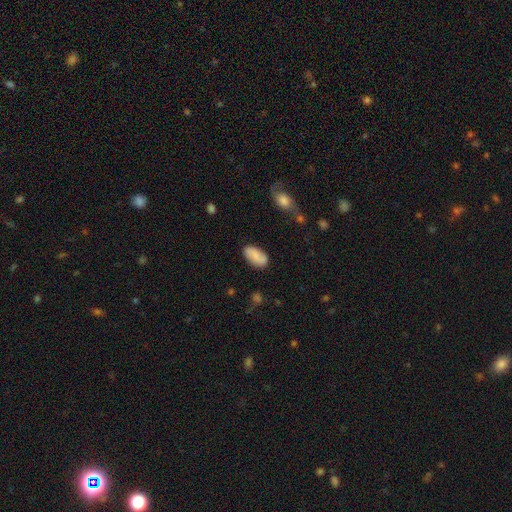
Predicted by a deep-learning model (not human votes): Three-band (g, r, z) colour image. It shows a smooth galaxy with no disk features (76%) that is in between round and cigar-shaped (93%). Merging: none (79%).